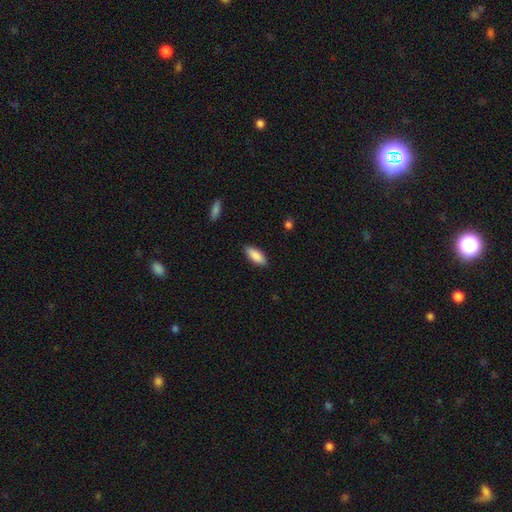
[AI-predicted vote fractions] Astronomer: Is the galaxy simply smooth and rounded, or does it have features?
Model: smooth — 88%.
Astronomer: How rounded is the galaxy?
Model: in between — 77%.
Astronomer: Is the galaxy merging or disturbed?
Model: none — 87%.